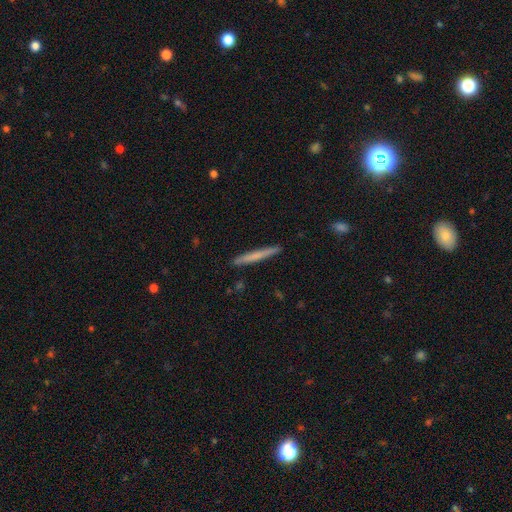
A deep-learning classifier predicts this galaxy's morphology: This appears to be a smooth galaxy with no disk features (64%) that is cigar-shaped (97%). Merging: none (91%).